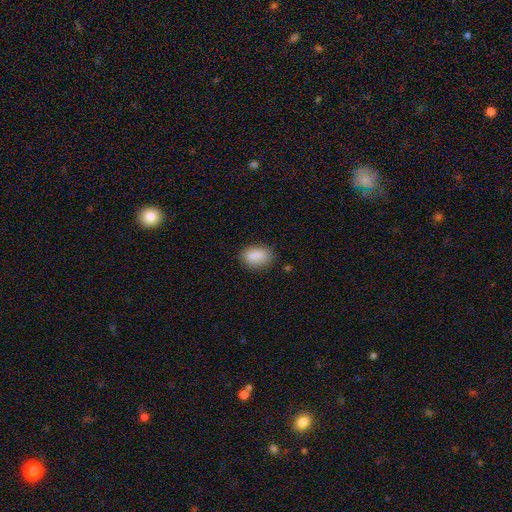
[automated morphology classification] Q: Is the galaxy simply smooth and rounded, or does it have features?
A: smooth — 87%.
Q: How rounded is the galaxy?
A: in between — 85%.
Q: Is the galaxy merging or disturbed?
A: none — 79%.